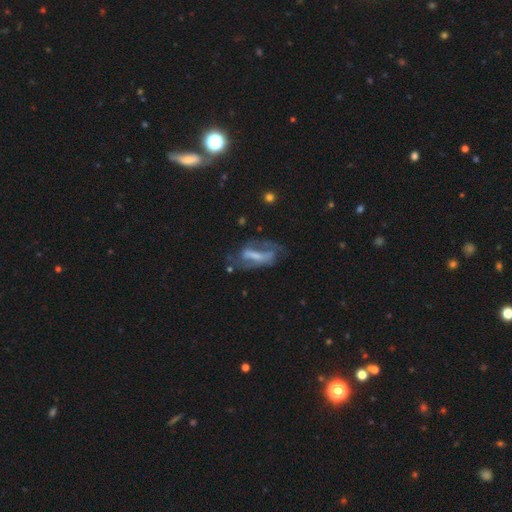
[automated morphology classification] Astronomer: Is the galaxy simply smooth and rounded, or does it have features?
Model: featured or disk — 71%.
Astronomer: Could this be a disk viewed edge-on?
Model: no — 88%.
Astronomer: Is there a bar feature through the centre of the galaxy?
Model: strong — 52% (runner-up: weak, 30%).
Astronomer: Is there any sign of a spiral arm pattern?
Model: yes — 72%.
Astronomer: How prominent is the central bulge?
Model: small — 34% (runner-up: moderate, 29%).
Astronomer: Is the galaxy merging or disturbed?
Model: none — 49% (runner-up: major disturbance, 25%).